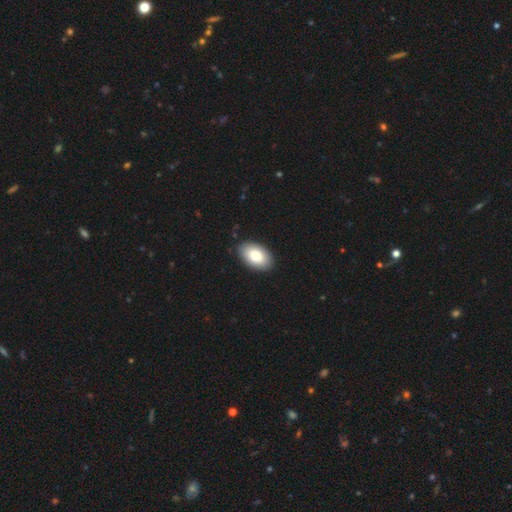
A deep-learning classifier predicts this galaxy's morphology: smooth 81%, featured or disk 12%, star or artifact 6%. Down the decision tree: how rounded — in between (94%); merging — none (89%).